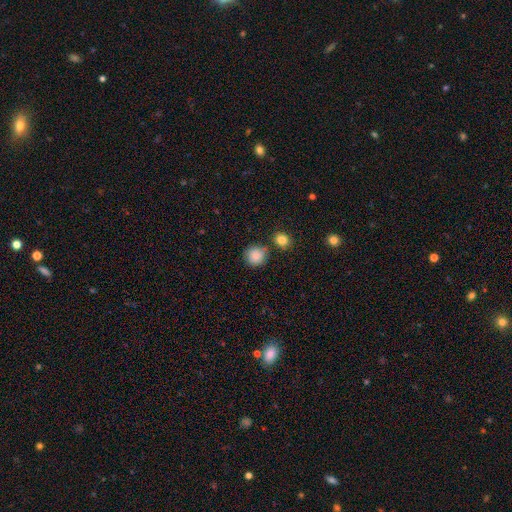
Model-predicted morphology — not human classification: Overall: smooth (87%). How rounded: round (90%). Merging: none (76%).